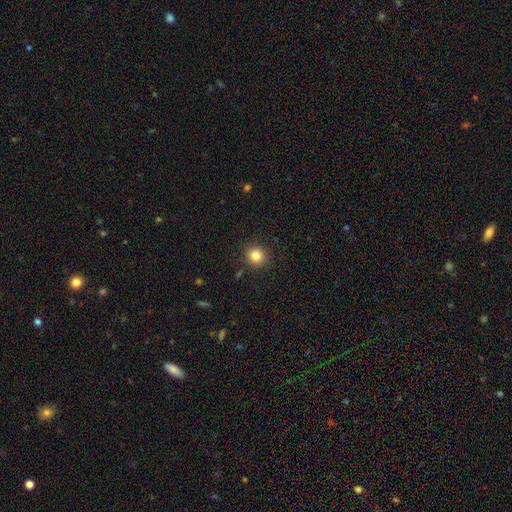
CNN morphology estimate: smooth_or_featured: smooth (p=0.82) [alt: star or artifact p=0.12]
how_rounded: round (p=0.91) [alt: in between p=0.08]
merging: none (p=0.90) [alt: minor disturbance p=0.07]